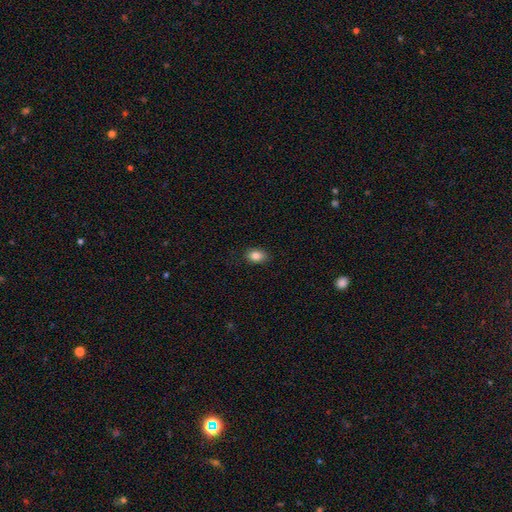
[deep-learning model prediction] Smooth or featured? Predicted: smooth (p=0.85). How rounded? Predicted: in between (p=0.76). Merging? Predicted: none (p=0.85).